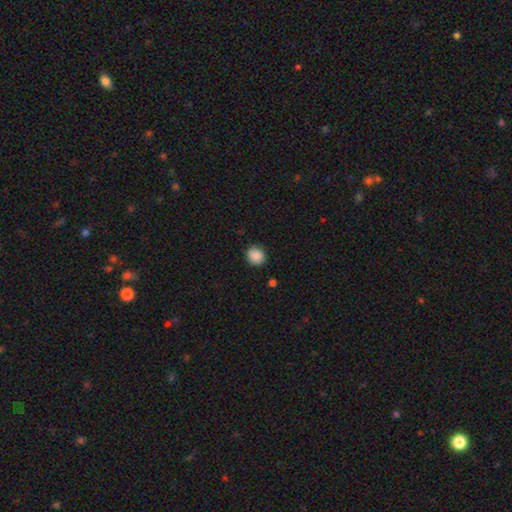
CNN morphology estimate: Overall: smooth (87%). How rounded: round (79%). Merging: none (88%).